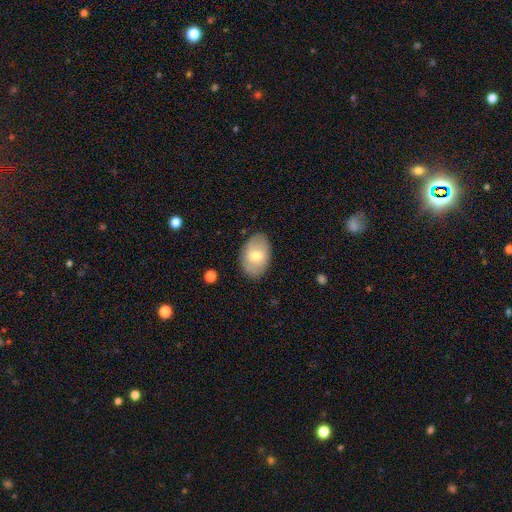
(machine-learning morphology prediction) smooth-or-featured: smooth: 66% | featured or disk: 27% | star or artifact: 6%
  how-rounded: in between: 88% | round: 11% | cigar-shaped: 1%
  merging: none: 84% | minor disturbance: 12% | major disturbance: 3% | merger: 1%